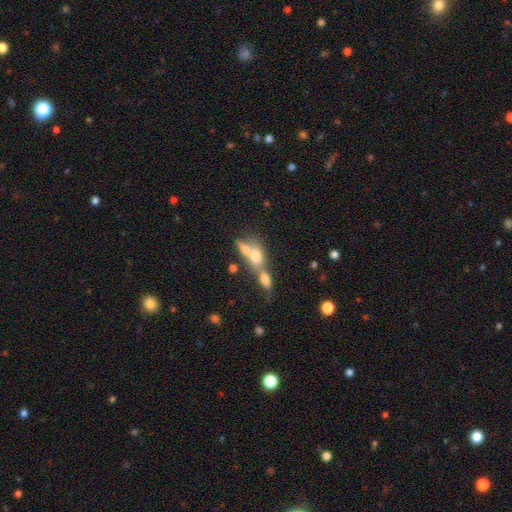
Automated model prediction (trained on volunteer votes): Smooth or featured? smooth (61%)
How rounded? in between (66%)
Merging? merger (67%)